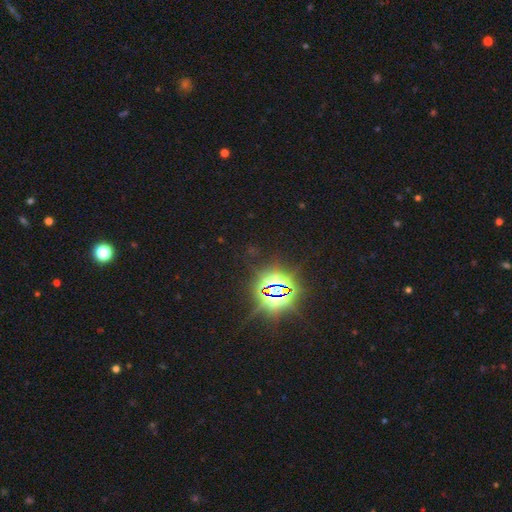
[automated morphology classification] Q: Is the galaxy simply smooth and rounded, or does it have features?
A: star or artifact — 86%.